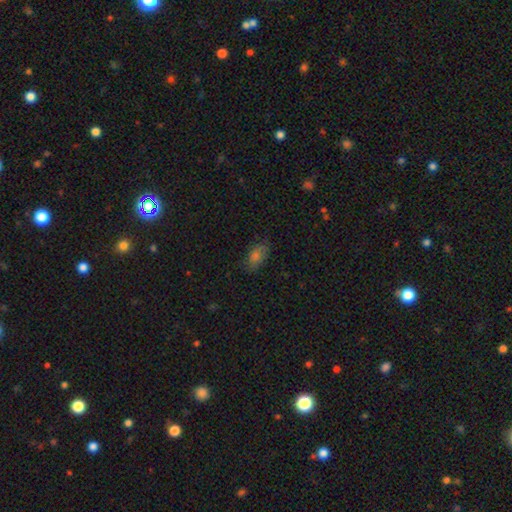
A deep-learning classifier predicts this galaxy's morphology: type=smooth (71%); roundness=in between (88%); merging=none (78%).